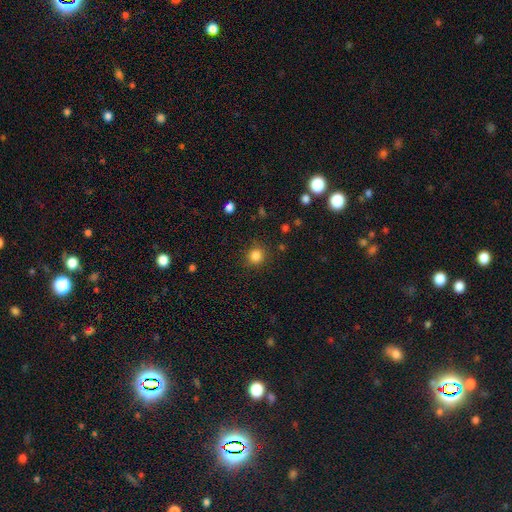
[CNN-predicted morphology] smooth 83%, star or artifact 12%, featured or disk 4%. Down the decision tree: how rounded — round (90%); merging — none (87%).